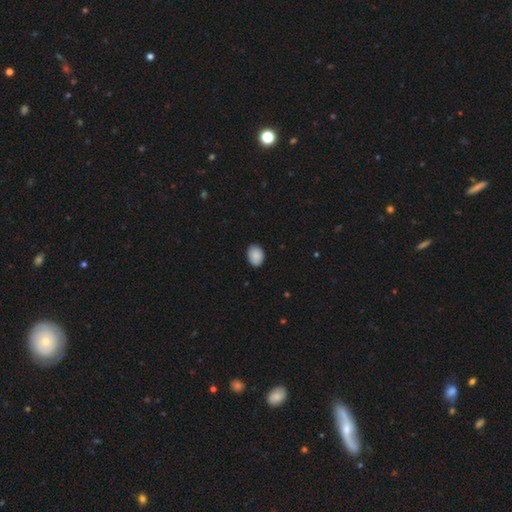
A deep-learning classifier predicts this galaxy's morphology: smooth-or-featured: smooth: 88% | star or artifact: 7% | featured or disk: 5%
  how-rounded: in between: 69% | round: 30% | cigar-shaped: 1%
  merging: none: 87% | minor disturbance: 11% | major disturbance: 2% | merger: 1%